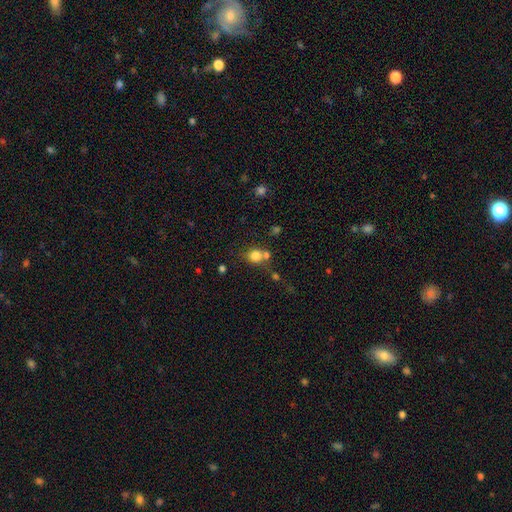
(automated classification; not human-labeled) Overall: smooth (78%). How rounded: round (77%). Merging: none (53%; merger 30%).